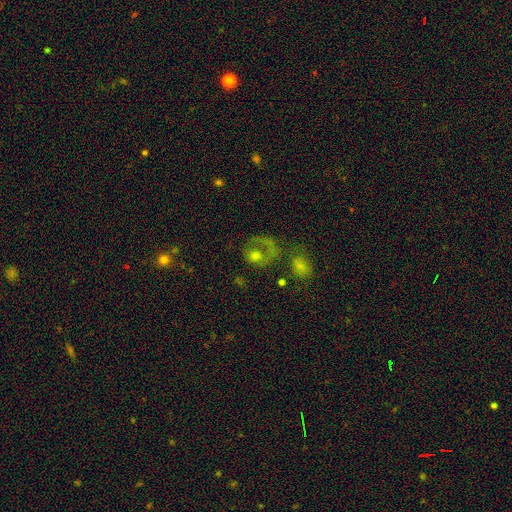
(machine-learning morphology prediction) smooth 42%, featured or disk 39%, star or artifact 18%. Down the decision tree: merging — none (38%).